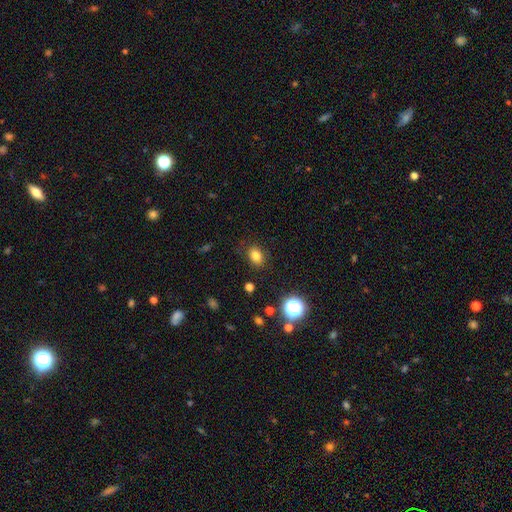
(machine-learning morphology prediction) The model was most divided on "how rounded": in between: 68%, round: 31%, cigar-shaped: 1%. More confident: merging — none (84%); smooth or featured — smooth (80%).